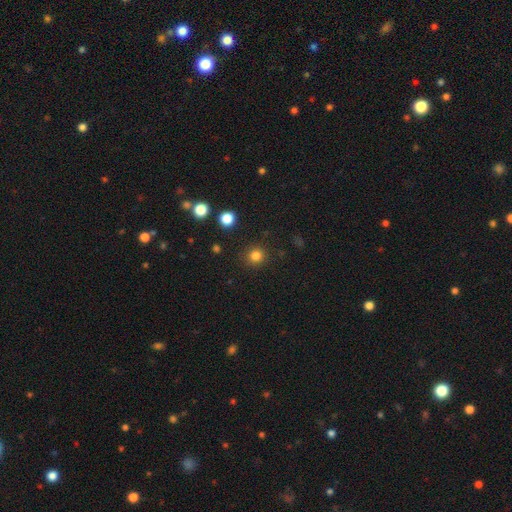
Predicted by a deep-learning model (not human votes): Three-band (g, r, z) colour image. It shows a smooth galaxy with no disk features (82%) that is round (91%). Merging: none (90%).